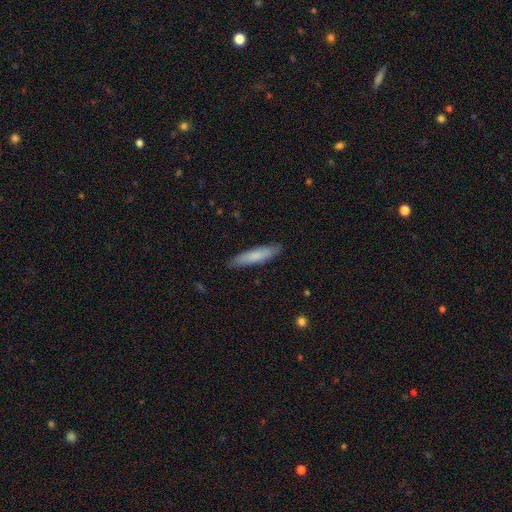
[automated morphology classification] A smooth galaxy with no disk features (75%) that is cigar-shaped (84%).

Vote fractions:
- Smooth or featured? smooth: 75% / featured or disk: 19% / star or artifact: 5%
- How rounded? cigar-shaped: 84% / in between: 15% / round: 1%
- Merging? none: 87% / minor disturbance: 10% / major disturbance: 2% / merger: 1%